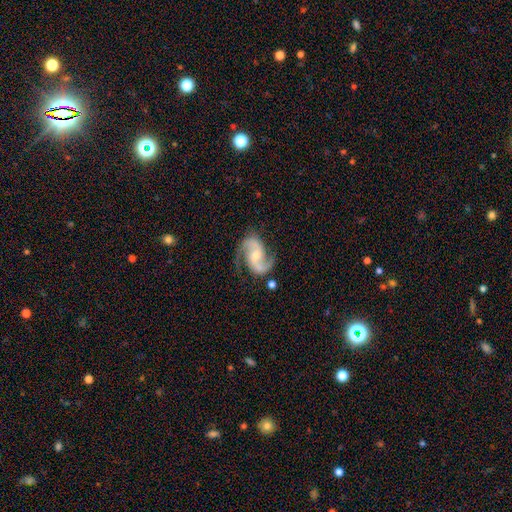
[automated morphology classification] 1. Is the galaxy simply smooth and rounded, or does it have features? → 90% featured or disk, 5% smooth, 5% star or artifact.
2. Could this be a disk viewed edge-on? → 98% no, 2% yes.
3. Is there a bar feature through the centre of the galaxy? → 48% no, 39% weak, 13% strong.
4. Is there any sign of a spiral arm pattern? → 98% yes, 2% no.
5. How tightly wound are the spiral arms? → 54% medium, 32% loose, 14% tight.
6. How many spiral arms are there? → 93% 2, 2% can't tell, 2% 1, 1% 3, 1% 4, 1% more than 4.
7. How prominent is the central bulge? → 46% small, 45% moderate, 6% none, 3% large, 1% dominant.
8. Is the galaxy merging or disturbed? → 75% none, 16% minor disturbance, 7% major disturbance, 2% merger.